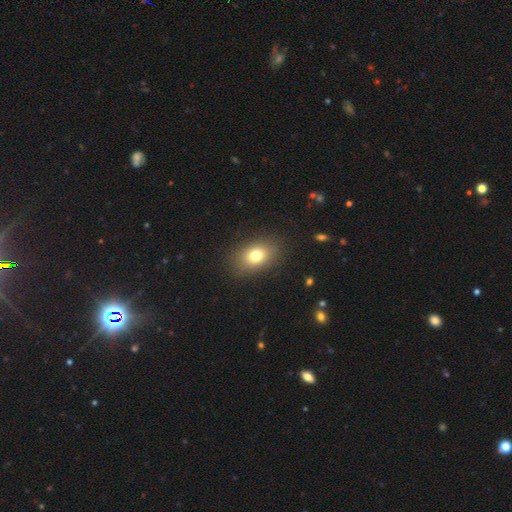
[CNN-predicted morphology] Smooth or featured?
  - smooth: 77% *
  - featured or disk: 13%
  - star or artifact: 11%
How rounded?
  - in between: 77% *
  - round: 22%
  - cigar-shaped: 1%
Merging?
  - none: 85% *
  - minor disturbance: 10%
  - major disturbance: 4%
  - merger: 1%